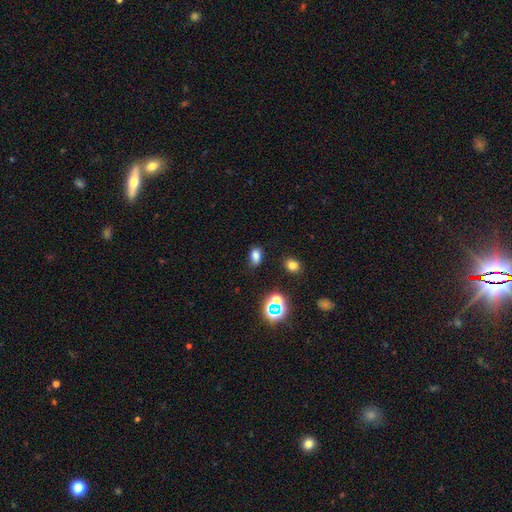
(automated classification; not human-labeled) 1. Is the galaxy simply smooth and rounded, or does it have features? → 76% smooth, 18% star or artifact, 6% featured or disk.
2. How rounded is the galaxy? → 81% in between, 17% round, 2% cigar-shaped.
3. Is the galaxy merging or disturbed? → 78% none, 15% minor disturbance, 4% major disturbance, 3% merger.